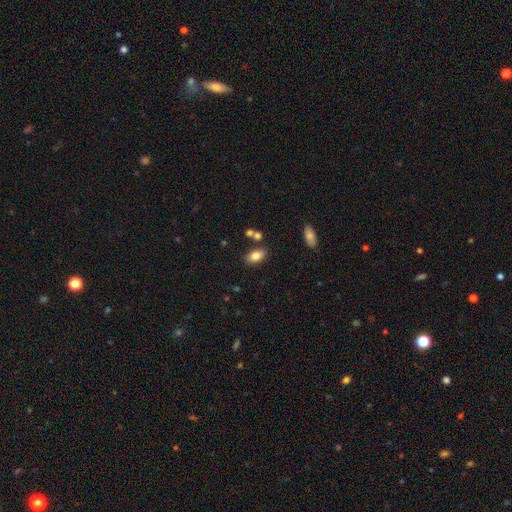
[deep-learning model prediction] Overall: smooth (81%). How rounded: in between (90%). Merging: none (77%).